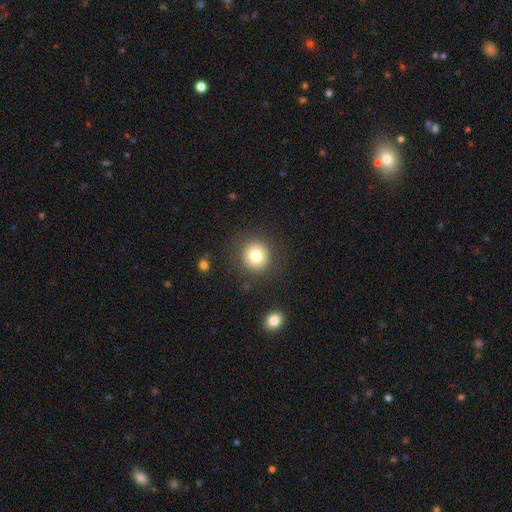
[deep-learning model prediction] Smooth or featured?
  - smooth: 77% *
  - featured or disk: 12%
  - star or artifact: 11%
How rounded?
  - round: 93% *
  - in between: 6%
  - cigar-shaped: 1%
Merging?
  - none: 87% *
  - minor disturbance: 8%
  - major disturbance: 4%
  - merger: 2%